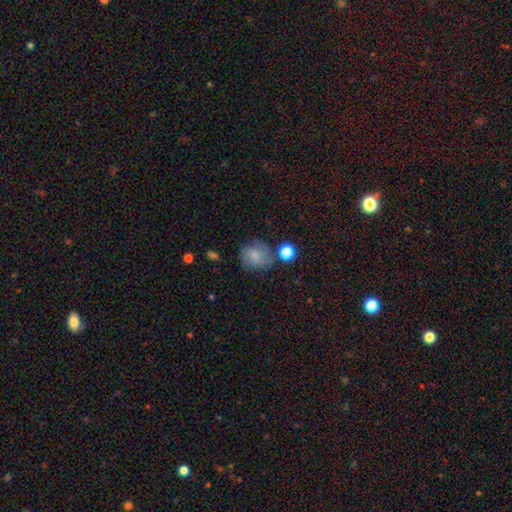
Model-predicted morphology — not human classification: Smooth or featured? Predicted: smooth (p=0.68). How rounded? Predicted: round (p=0.79). Merging? Predicted: none (p=0.61).